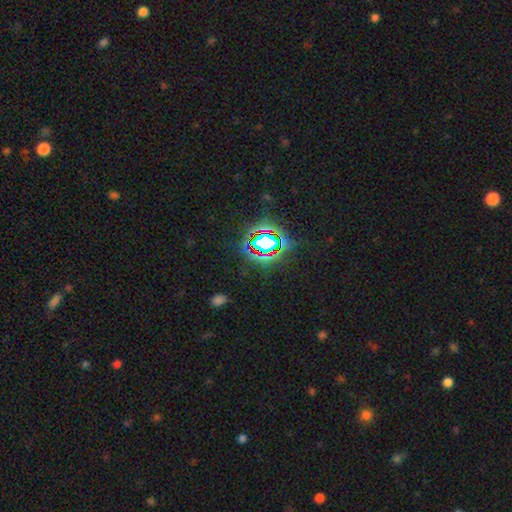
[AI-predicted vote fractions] Q: Smooth or featured?
A: star or artifact (79%); runner-up: smooth (13%)